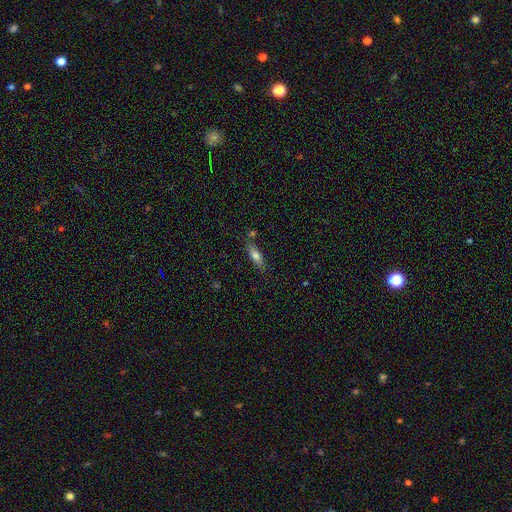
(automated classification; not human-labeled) smooth-or-featured: smooth: 66% | featured or disk: 26% | star or artifact: 8%
  how-rounded: cigar-shaped: 52% | in between: 46% | round: 3%
  merging: none: 73% | minor disturbance: 16% | merger: 8% | major disturbance: 4%